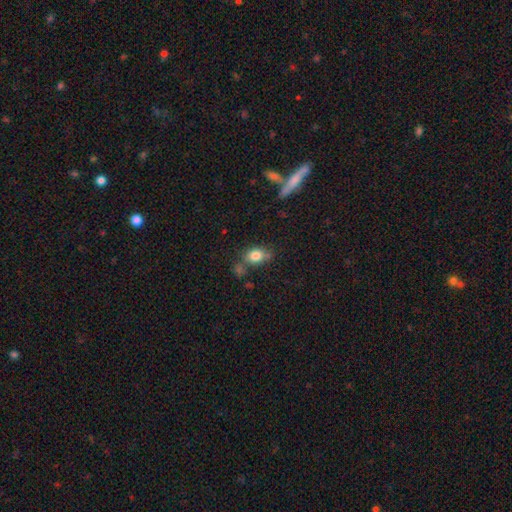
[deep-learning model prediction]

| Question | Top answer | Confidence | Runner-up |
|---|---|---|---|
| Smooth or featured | smooth | 81% | star or artifact (10%) |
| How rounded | in between | 62% | round (36%) |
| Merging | none | 57% | minor disturbance (21%) |